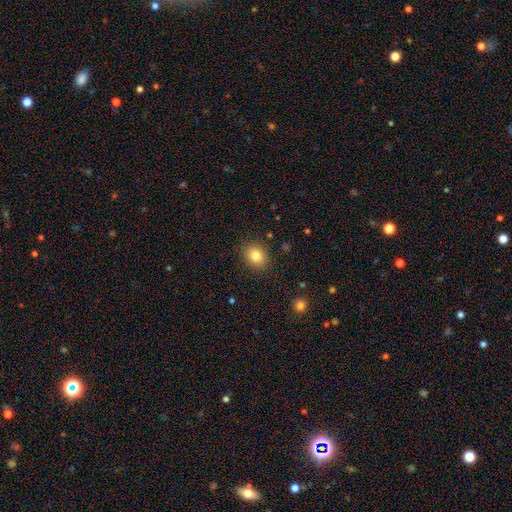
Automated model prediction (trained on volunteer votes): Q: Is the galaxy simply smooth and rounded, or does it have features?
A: smooth — 82%.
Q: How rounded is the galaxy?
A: round — 60%.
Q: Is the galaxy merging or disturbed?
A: none — 87%.